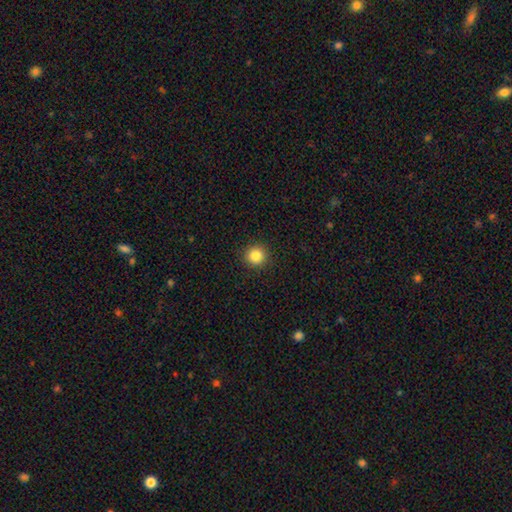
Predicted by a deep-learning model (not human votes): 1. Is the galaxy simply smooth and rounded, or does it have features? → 84% smooth, 11% star or artifact, 4% featured or disk.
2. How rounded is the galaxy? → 94% round, 5% in between, 1% cigar-shaped.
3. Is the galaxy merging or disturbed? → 92% none, 5% minor disturbance, 2% major disturbance, 1% merger.